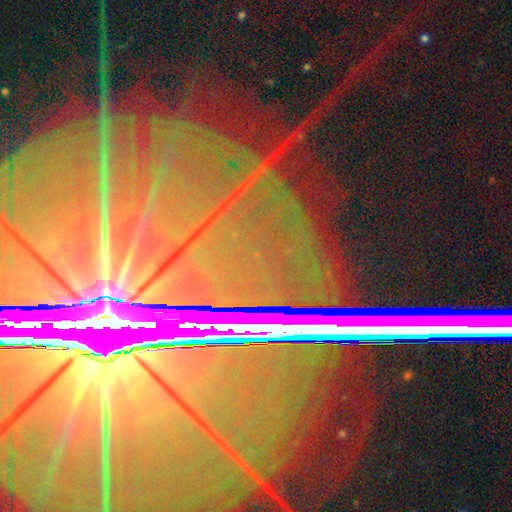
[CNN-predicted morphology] star or artifact 85%, featured or disk 9%, smooth 5%.